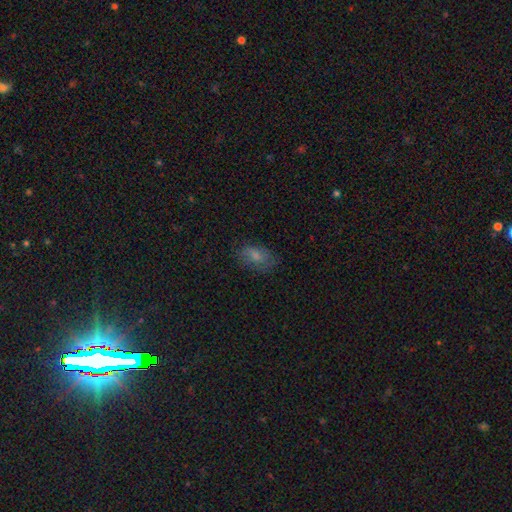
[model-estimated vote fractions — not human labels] smooth-or-featured: smooth: 71% | featured or disk: 19% | star or artifact: 11%
  how-rounded: in between: 87% | round: 11% | cigar-shaped: 3%
  merging: none: 71% | minor disturbance: 21% | major disturbance: 7% | merger: 1%